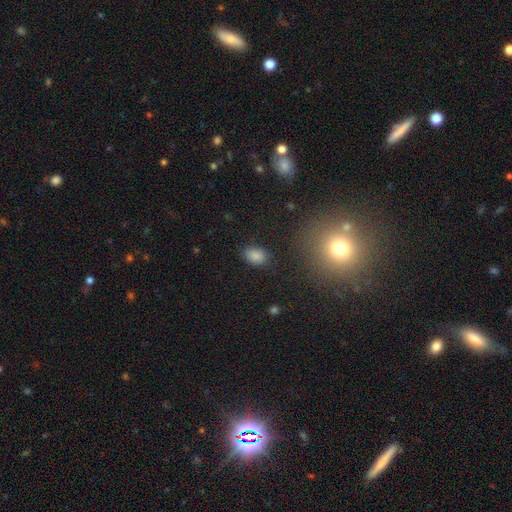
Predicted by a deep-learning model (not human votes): Smooth or featured? Predicted: smooth (p=0.84). How rounded? Predicted: in between (p=0.78). Merging? Predicted: none (p=0.81).